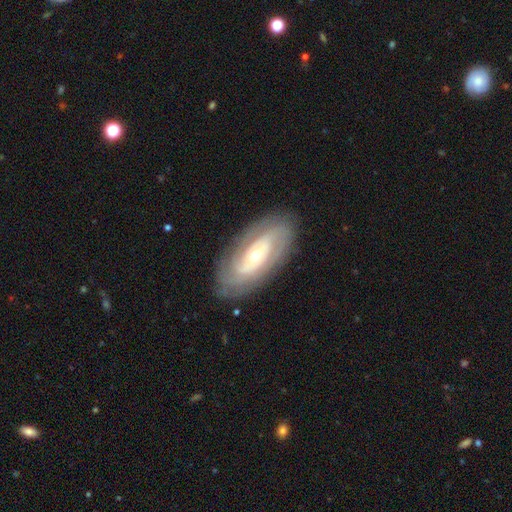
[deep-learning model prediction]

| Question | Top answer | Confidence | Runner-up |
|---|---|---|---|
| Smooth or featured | featured or disk | 80% | smooth (14%) |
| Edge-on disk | no | 92% | yes (8%) |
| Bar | no | 66% | weak (24%) |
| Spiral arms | yes | 86% | no (14%) |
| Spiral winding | tight | 67% | medium (25%) |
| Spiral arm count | can't tell | 40% | 2 (35%) |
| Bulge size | small | 49% | moderate (47%) |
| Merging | none | 82% | minor disturbance (12%) |